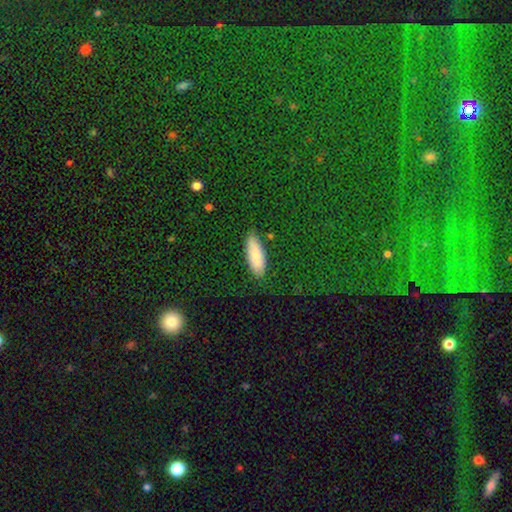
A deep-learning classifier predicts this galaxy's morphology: Smooth or featured?
  - smooth: 82% *
  - featured or disk: 11%
  - star or artifact: 7%
How rounded?
  - in between: 72% *
  - cigar-shaped: 25%
  - round: 2%
Merging?
  - none: 84% *
  - minor disturbance: 12%
  - major disturbance: 3%
  - merger: 2%